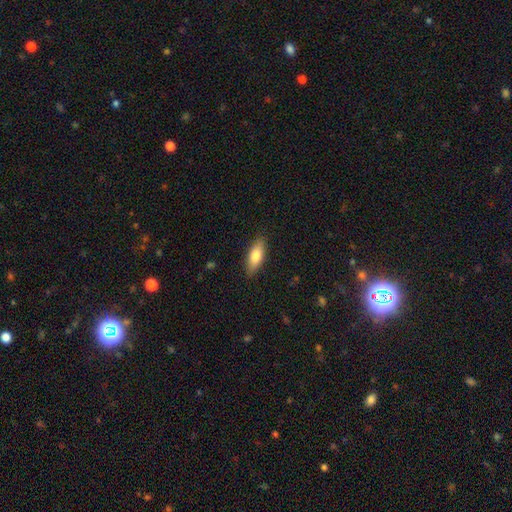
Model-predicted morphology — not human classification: Smooth or featured: smooth — 77% (featured or disk — 16%)
How rounded: in between — 70% (cigar-shaped — 27%)
Merging: none — 87% (minor disturbance — 10%)